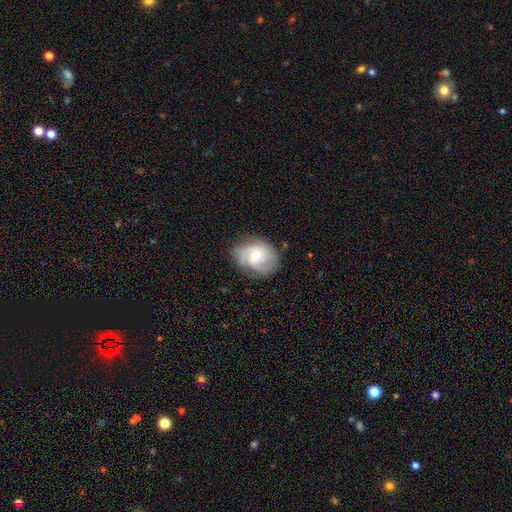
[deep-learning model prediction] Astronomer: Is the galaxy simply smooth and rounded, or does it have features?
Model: featured or disk — 72%.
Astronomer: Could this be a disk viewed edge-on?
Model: no — 97%.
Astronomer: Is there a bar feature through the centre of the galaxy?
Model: no — 62%.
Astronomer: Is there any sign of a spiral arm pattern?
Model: yes — 91%.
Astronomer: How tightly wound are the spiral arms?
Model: tight — 47% (runner-up: medium, 39%).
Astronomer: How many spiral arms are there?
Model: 2 — 36% (runner-up: 3, 28%).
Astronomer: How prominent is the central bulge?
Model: moderate — 62%.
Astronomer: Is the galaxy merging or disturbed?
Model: none — 73%.